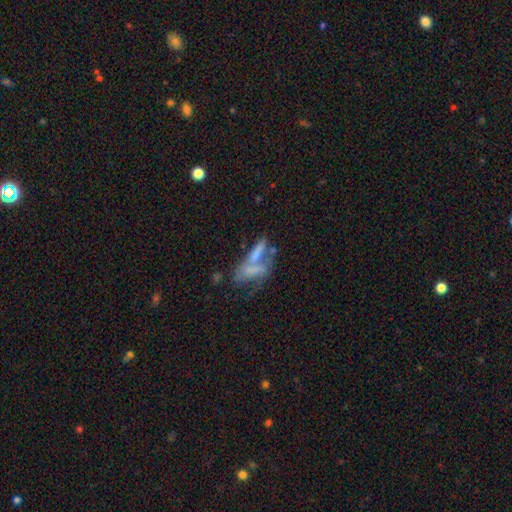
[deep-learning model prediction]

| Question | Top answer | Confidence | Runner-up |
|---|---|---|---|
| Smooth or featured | featured or disk | 43% | smooth (41%) |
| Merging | merger | 49% | none (22%) |